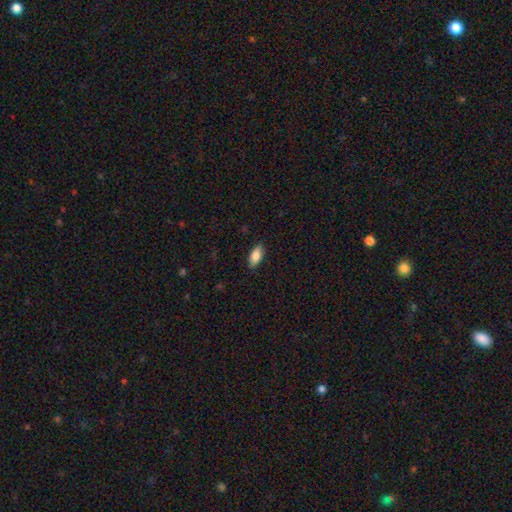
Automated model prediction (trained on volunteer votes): Overall: smooth (85%). How rounded: in between (89%). Merging: none (87%).